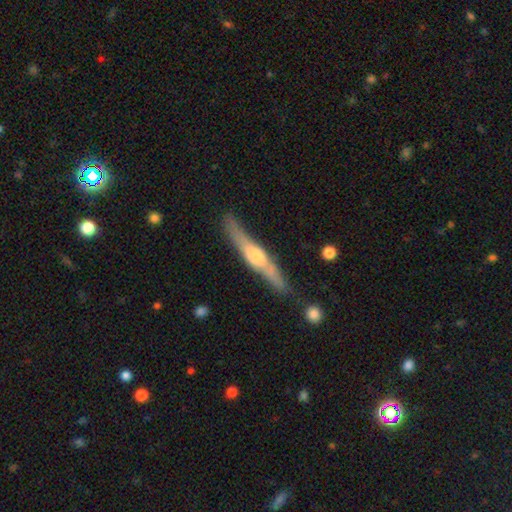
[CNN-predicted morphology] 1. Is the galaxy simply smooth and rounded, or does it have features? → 70% featured or disk, 25% smooth, 5% star or artifact.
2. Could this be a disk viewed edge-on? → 95% yes, 5% no.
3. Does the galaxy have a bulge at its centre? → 78% rounded, 15% boxy, 7% none.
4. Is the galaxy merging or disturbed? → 81% none, 13% minor disturbance, 3% major disturbance, 3% merger.